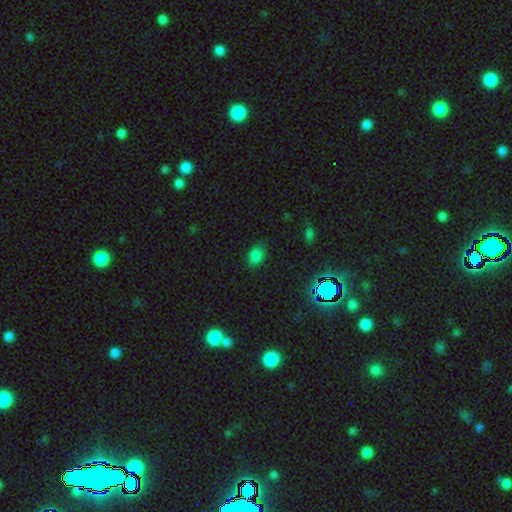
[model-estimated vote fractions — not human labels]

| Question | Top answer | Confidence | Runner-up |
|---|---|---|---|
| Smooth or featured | smooth | 78% | star or artifact (17%) |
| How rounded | in between | 75% | round (24%) |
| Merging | none | 83% | minor disturbance (13%) |